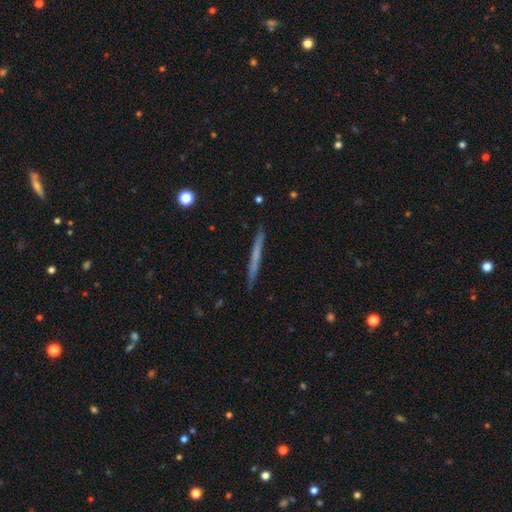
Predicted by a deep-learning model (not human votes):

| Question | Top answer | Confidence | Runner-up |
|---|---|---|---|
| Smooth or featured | smooth | 50% | featured or disk (44%) |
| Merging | none | 91% | minor disturbance (7%) |